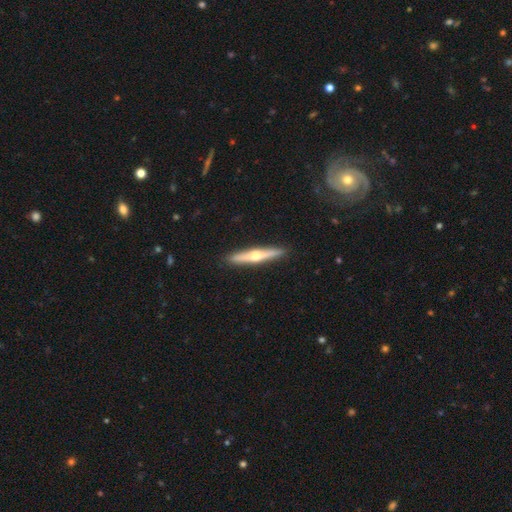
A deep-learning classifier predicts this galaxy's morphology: type=featured or disk (66%); edge-on=yes (98%); edge-on bulge=rounded (92%); merging=none (92%).